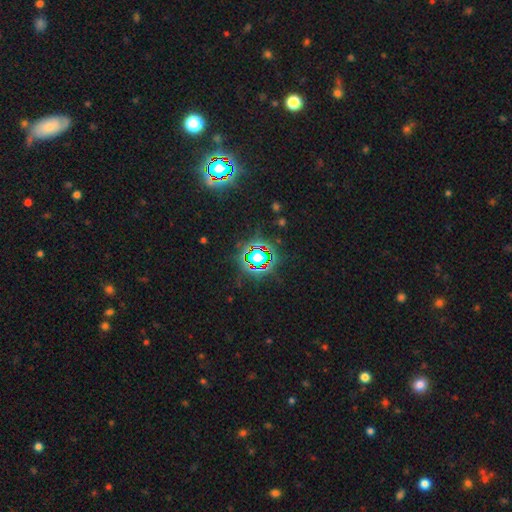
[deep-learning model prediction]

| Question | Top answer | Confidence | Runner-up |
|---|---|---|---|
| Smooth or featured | star or artifact | 75% | smooth (15%) |